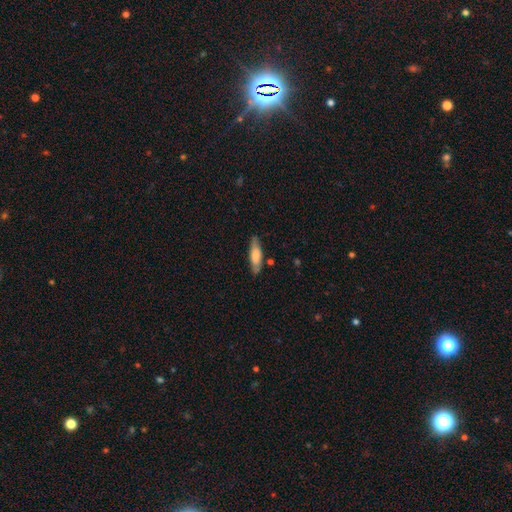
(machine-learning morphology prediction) type=smooth (69%); roundness=cigar-shaped (60%); merging=none (80%).